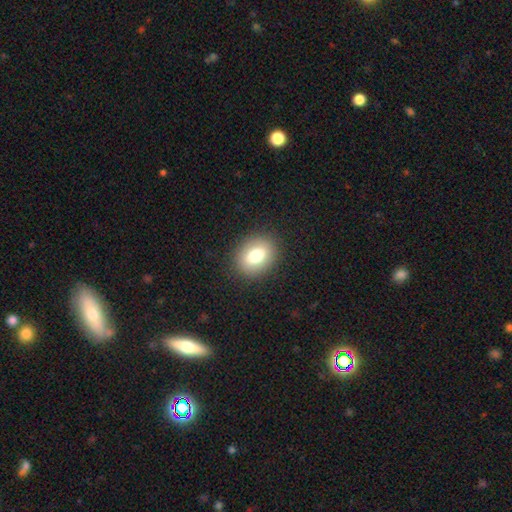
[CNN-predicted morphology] smooth 77%, featured or disk 14%, star or artifact 9%. Down the decision tree: how rounded — in between (51%); merging — none (89%).